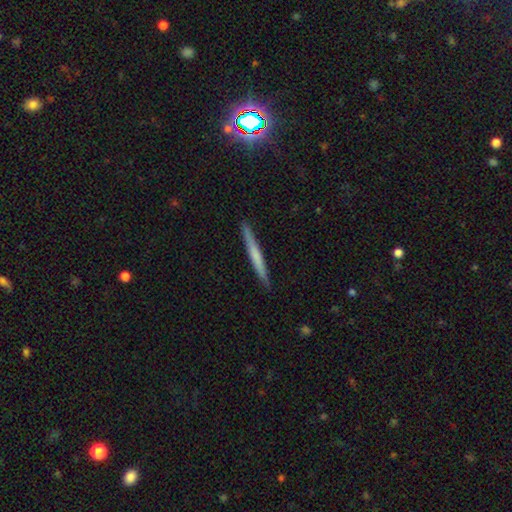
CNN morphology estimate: Overall: smooth (53%; featured or disk 42%). How rounded: cigar-shaped (97%). Merging: none (91%).